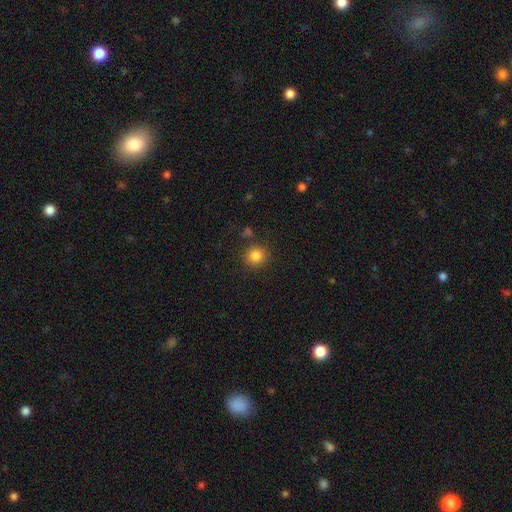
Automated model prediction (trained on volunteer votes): This is clearly a smooth galaxy (84%). How rounded: clearly round (90%). Merging: clearly none (85%).